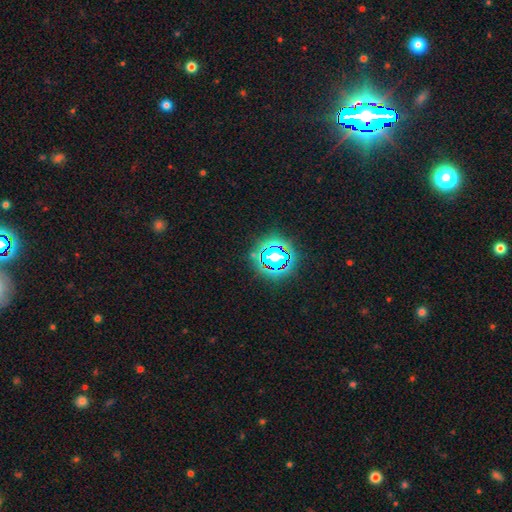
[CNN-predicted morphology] smooth-or-featured: star or artifact: 75% | smooth: 16% | featured or disk: 9%